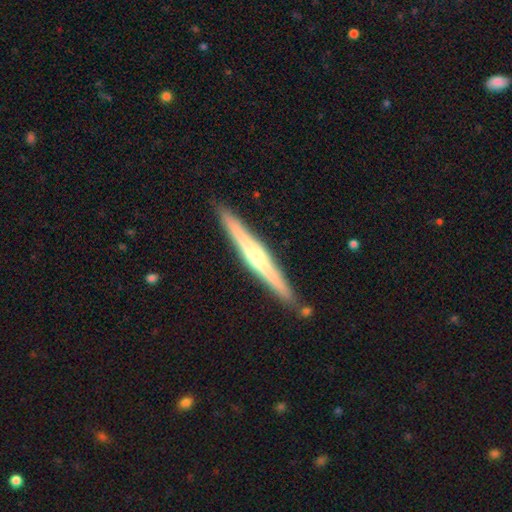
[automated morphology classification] Overall: featured or disk (74%). Edge-on disk: yes (98%). Edge-on bulge: rounded (82%). Merging: none (90%).